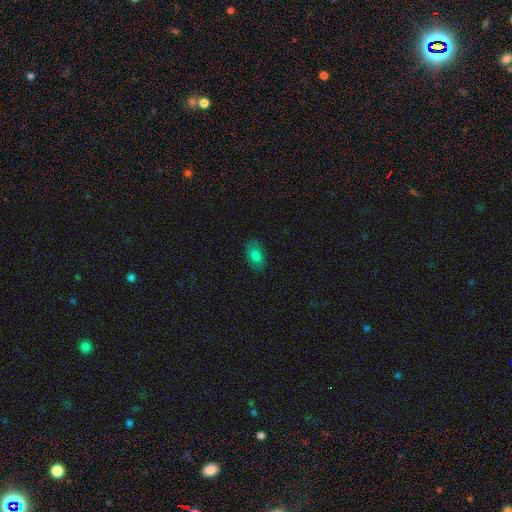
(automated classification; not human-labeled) Q: Smooth or featured?
A: smooth (75%); runner-up: featured or disk (15%)
Q: How rounded?
A: in between (89%); runner-up: round (9%)
Q: Merging?
A: none (80%); runner-up: minor disturbance (15%)